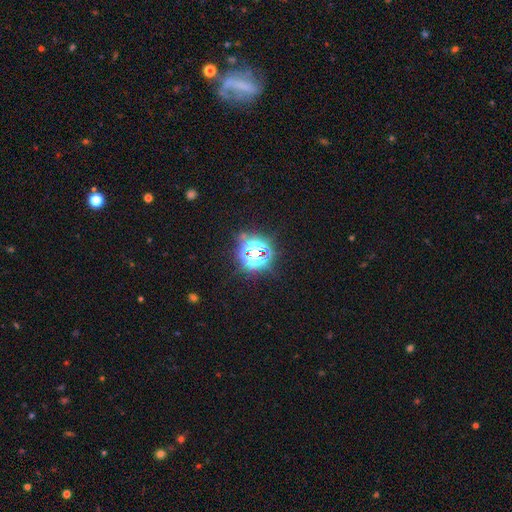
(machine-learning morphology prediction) Smooth or featured? Predicted: star or artifact (p=0.75).